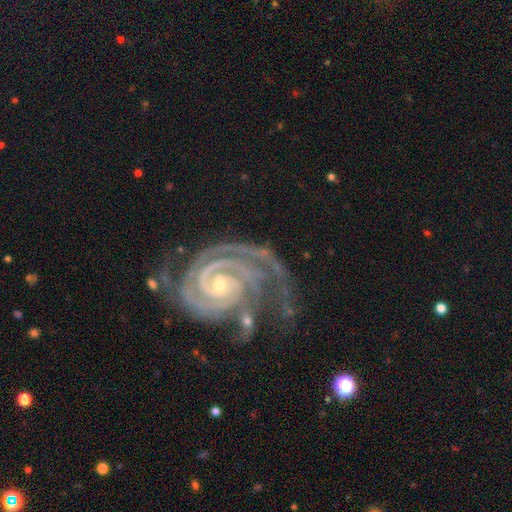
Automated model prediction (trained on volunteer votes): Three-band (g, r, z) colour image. It shows a featured or disk galaxy (93%) with no bar (51%), 2 (56%) tight (84%) spiral arms (99%) and a small central bulge (66%). Merging: none (56%).